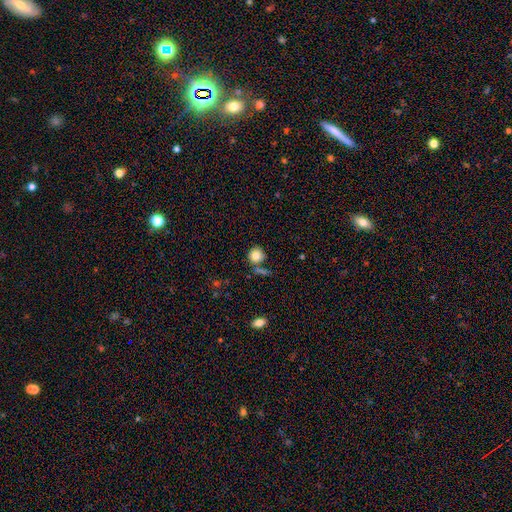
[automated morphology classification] A smooth galaxy with no disk features (81%) that is round (90%). Merging: none (73%).